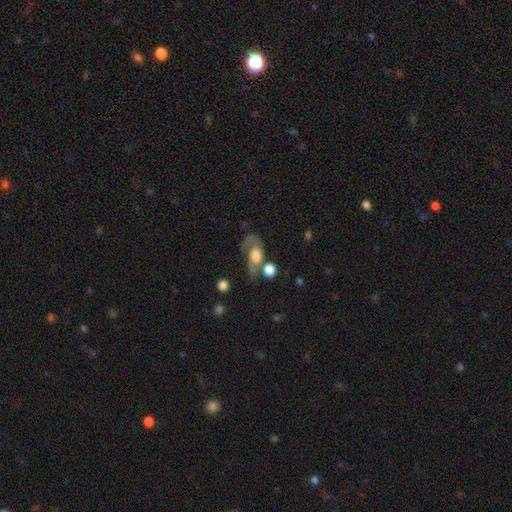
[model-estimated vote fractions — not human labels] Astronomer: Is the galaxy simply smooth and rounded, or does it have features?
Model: featured or disk — 47% (runner-up: smooth, 44%).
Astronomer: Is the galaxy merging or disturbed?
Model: major disturbance — 30% (runner-up: none, 28%).